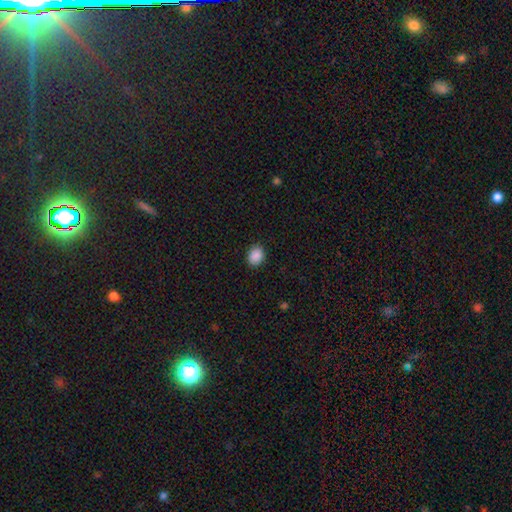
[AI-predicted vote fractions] Smooth or featured? Predicted: smooth (p=0.89). How rounded? Predicted: in between (p=0.55). Merging? Predicted: none (p=0.88).